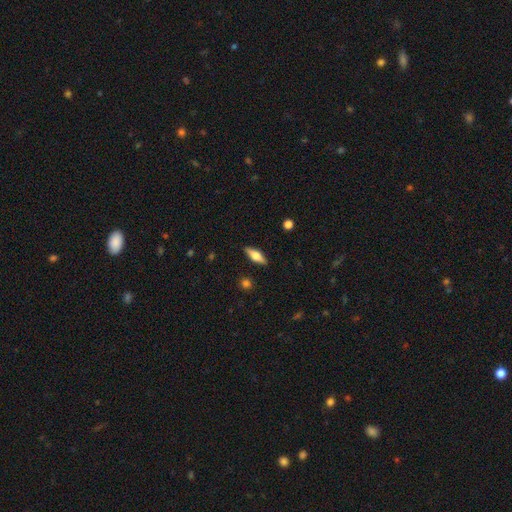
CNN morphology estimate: A smooth galaxy with no disk features (51%) that is in between round and cigar-shaped (54%). Merging: none (89%).